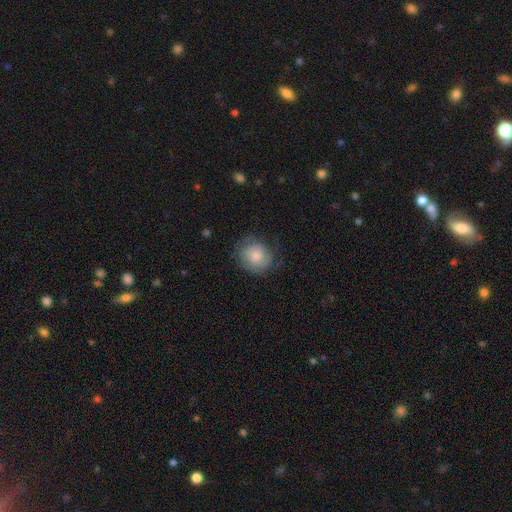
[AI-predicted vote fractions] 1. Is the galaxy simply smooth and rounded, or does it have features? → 68% smooth, 25% featured or disk, 7% star or artifact.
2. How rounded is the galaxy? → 78% round, 21% in between, 1% cigar-shaped.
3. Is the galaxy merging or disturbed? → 63% none, 24% minor disturbance, 12% major disturbance, 1% merger.